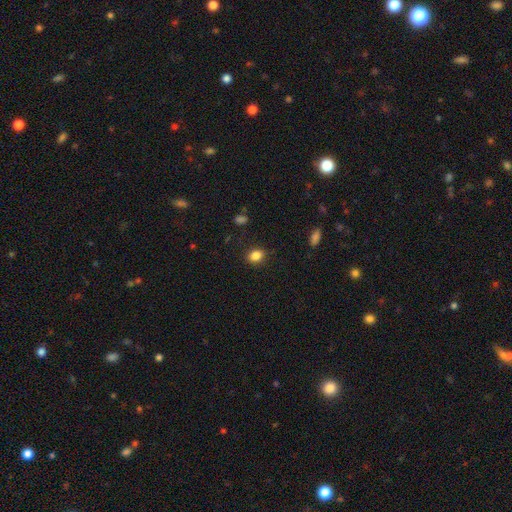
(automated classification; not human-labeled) smooth_or_featured: smooth (p=0.85) [alt: star or artifact p=0.10]
how_rounded: in between (p=0.60) [alt: round p=0.39]
merging: none (p=0.86) [alt: minor disturbance p=0.10]